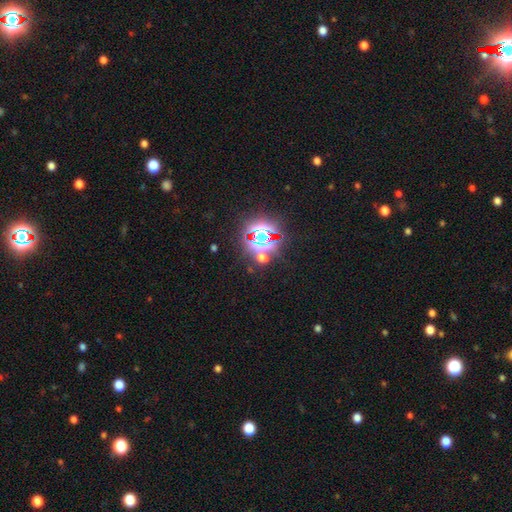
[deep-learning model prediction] Overall: star or artifact (84%).